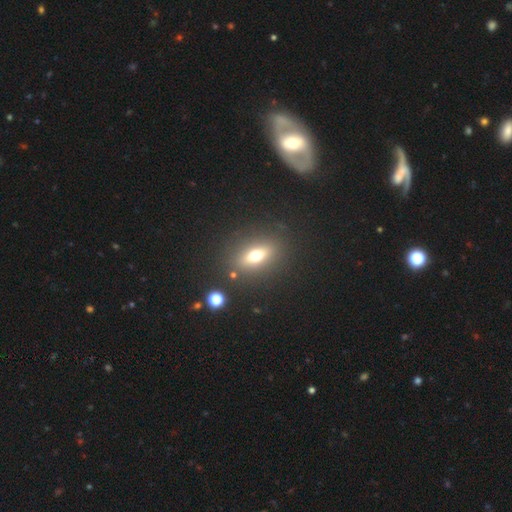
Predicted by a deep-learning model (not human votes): A smooth galaxy with no disk features (56%) that is in between round and cigar-shaped (64%). Merging: none (85%).